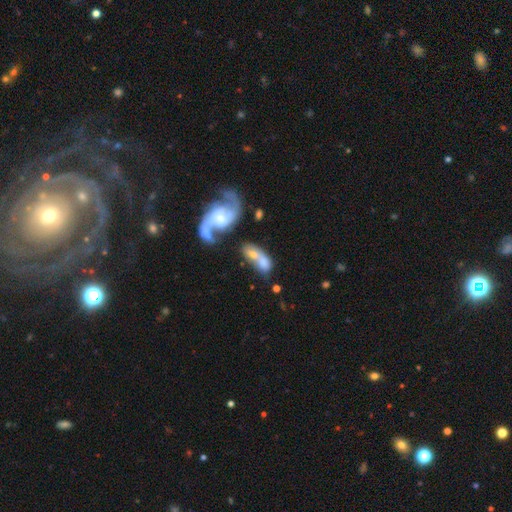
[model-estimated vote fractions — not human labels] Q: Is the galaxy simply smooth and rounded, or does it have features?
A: featured or disk — 49%.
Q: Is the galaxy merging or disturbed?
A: merger — 59%.